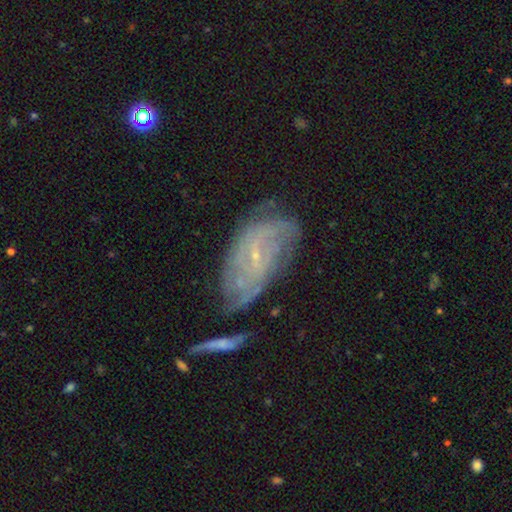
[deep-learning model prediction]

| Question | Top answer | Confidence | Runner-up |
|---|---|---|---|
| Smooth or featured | featured or disk | 75% | smooth (16%) |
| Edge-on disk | no | 94% | yes (6%) |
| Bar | no | 45% | weak (43%) |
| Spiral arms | yes | 84% | no (16%) |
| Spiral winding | tight | 52% | medium (32%) |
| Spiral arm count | can't tell | 50% | 2 (20%) |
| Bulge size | small | 84% | moderate (10%) |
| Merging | none | 47% | minor disturbance (26%) |